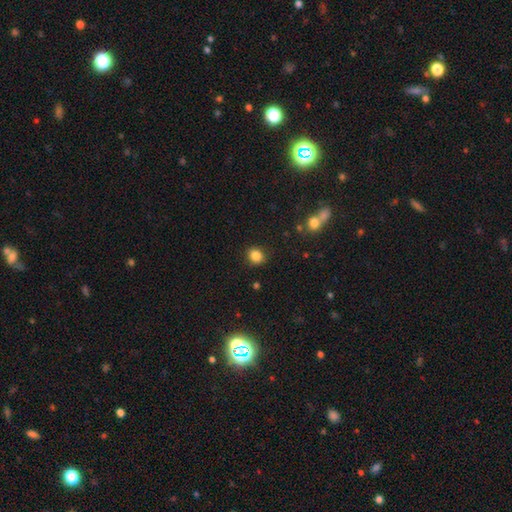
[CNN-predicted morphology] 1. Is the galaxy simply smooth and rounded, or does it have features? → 85% smooth, 11% star or artifact, 4% featured or disk.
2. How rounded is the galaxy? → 68% round, 31% in between, 1% cigar-shaped.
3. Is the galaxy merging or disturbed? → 87% none, 9% minor disturbance, 3% major disturbance, 2% merger.